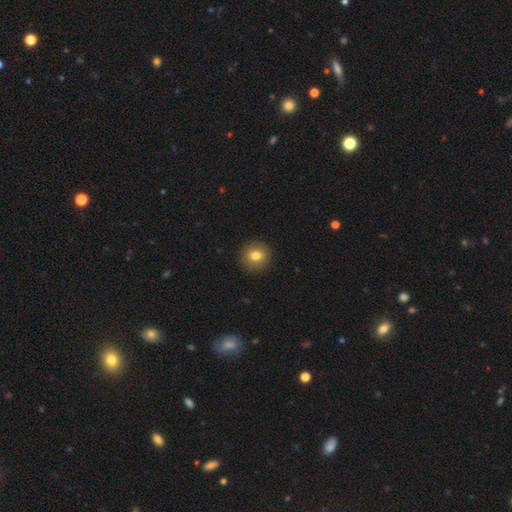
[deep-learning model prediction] Smooth or featured? smooth (79%)
How rounded? round (90%)
Merging? none (91%)